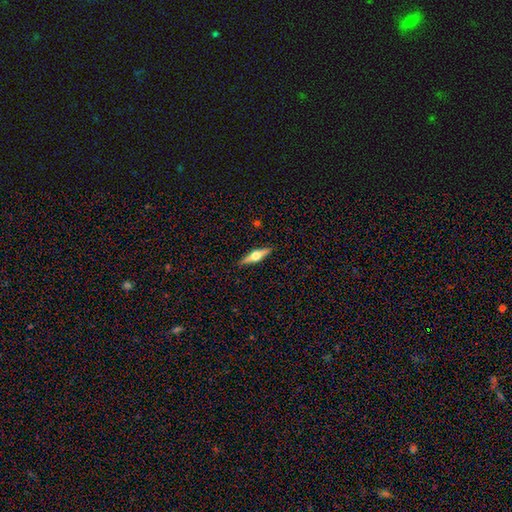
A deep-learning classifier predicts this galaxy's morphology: Smooth or featured?
  - featured or disk: 67% *
  - smooth: 27%
  - star or artifact: 6%
Edge-on disk?
  - yes: 97% *
  - no: 3%
Edge-on bulge?
  - rounded: 96% *
  - boxy: 3%
  - none: 1%
Merging?
  - none: 90% *
  - minor disturbance: 7%
  - major disturbance: 2%
  - merger: 1%